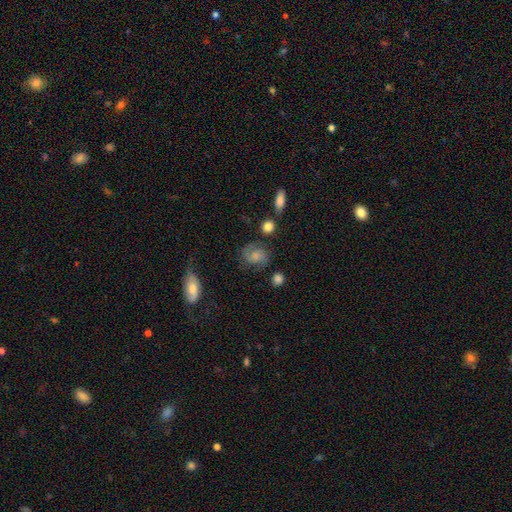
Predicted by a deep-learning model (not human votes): smooth-or-featured: smooth: 46% | featured or disk: 43% | star or artifact: 10%
  merging: none: 66% | minor disturbance: 21% | major disturbance: 9% | merger: 4%